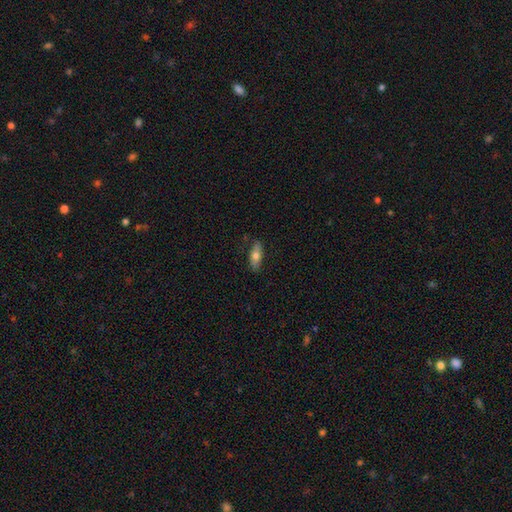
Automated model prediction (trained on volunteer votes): This appears to be a smooth galaxy with no disk features (67%) that is in between round and cigar-shaped (65%). Merging: none (82%).